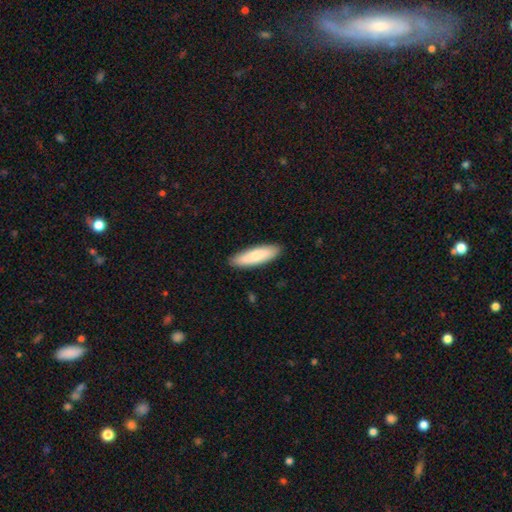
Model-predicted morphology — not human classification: This is likely a smooth galaxy (78%). How rounded: likely cigar-shaped (63%). Merging: clearly none (90%).